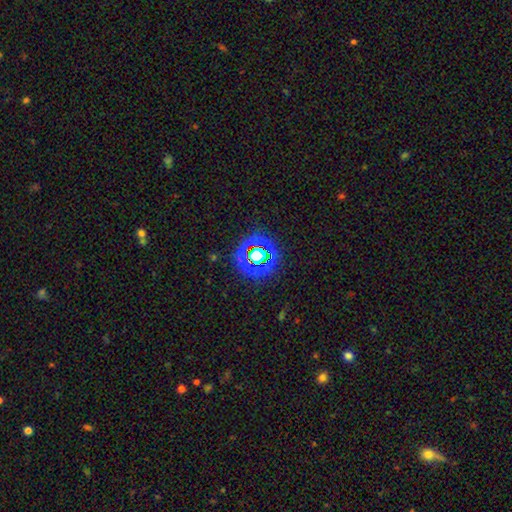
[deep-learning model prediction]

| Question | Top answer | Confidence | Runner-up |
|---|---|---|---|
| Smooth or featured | star or artifact | 66% | smooth (23%) |